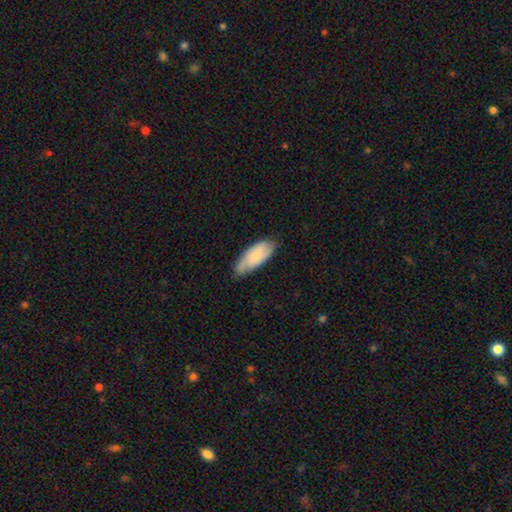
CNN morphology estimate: Smooth or featured?
  - smooth: 72% *
  - featured or disk: 21%
  - star or artifact: 6%
How rounded?
  - in between: 81% *
  - cigar-shaped: 18%
  - round: 2%
Merging?
  - none: 70% *
  - minor disturbance: 25%
  - major disturbance: 4%
  - merger: 1%